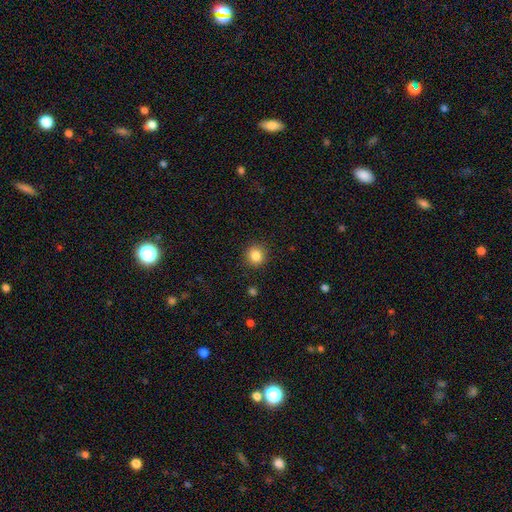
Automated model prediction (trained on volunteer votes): Smooth or featured?
  - smooth: 85% *
  - star or artifact: 11%
  - featured or disk: 5%
How rounded?
  - round: 91% *
  - in between: 8%
  - cigar-shaped: 1%
Merging?
  - none: 91% *
  - minor disturbance: 6%
  - major disturbance: 2%
  - merger: 1%